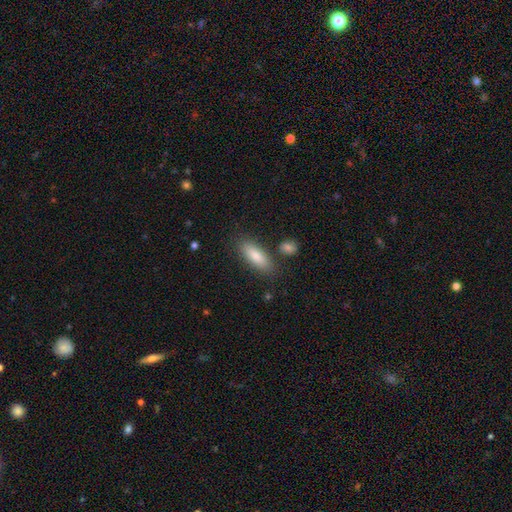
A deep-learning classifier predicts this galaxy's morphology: Smooth or featured: smooth — 82% (featured or disk — 12%)
How rounded: in between — 62% (cigar-shaped — 35%)
Merging: none — 80% (minor disturbance — 11%)